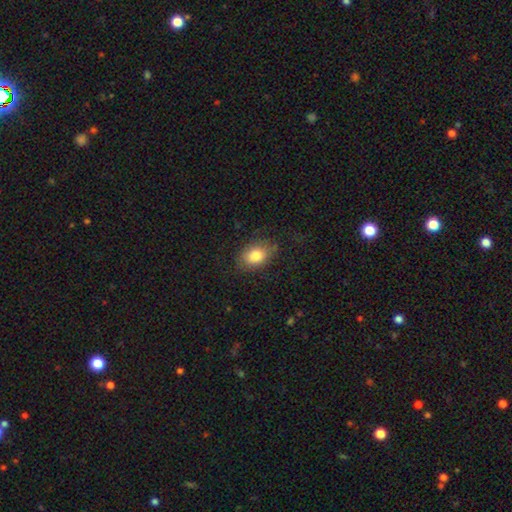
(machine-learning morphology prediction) The model was most divided on "merging": none: 71%, minor disturbance: 19%, major disturbance: 8%, merger: 1%. More confident: how rounded — in between (81%); smooth or featured — smooth (80%).